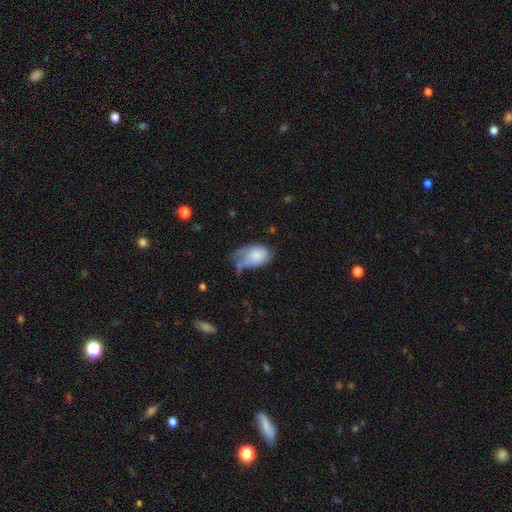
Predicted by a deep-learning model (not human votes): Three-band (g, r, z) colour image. It shows a smooth galaxy with no disk features (70%) that is in between round and cigar-shaped (87%). Merging: minor disturbance (36%).